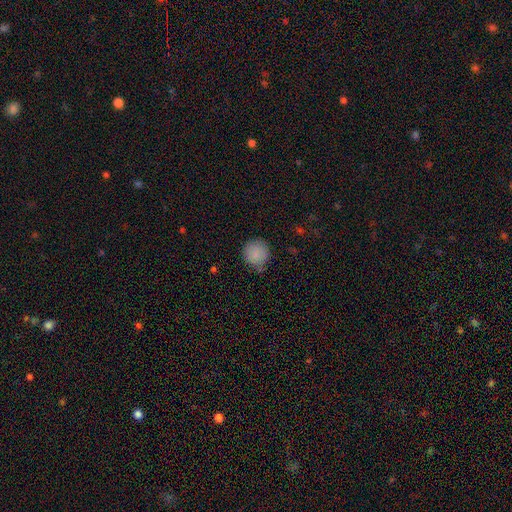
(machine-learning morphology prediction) This appears to be a smooth galaxy with no disk features (86%) that is round (94%). Merging: none (71%).